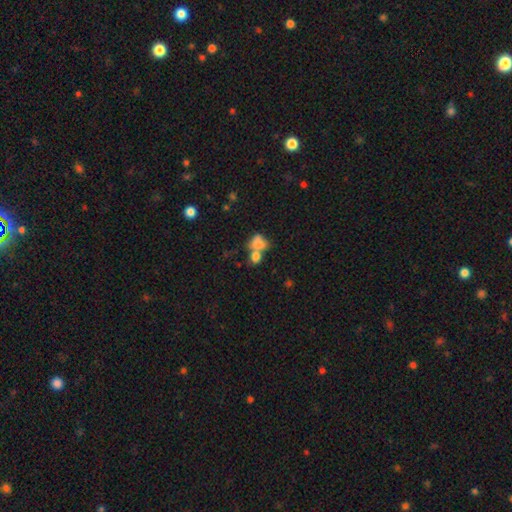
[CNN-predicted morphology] Smooth or featured: smooth — 77% (featured or disk — 12%)
How rounded: in between — 63% (round — 36%)
Merging: merger — 59% (none — 25%)